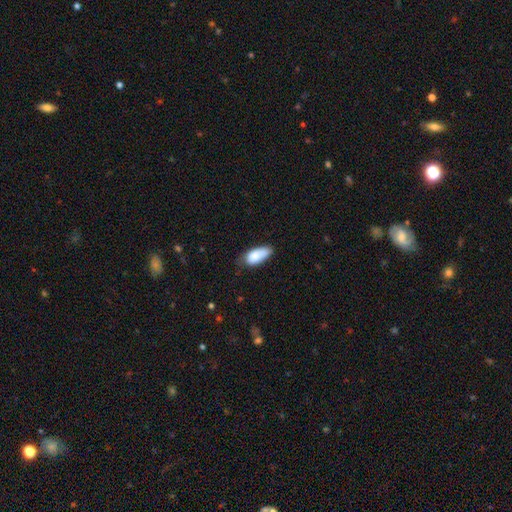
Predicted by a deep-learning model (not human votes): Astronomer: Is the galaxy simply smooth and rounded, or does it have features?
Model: smooth — 83%.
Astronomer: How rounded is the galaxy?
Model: in between — 86%.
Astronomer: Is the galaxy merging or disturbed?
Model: none — 49% (runner-up: minor disturbance, 38%).